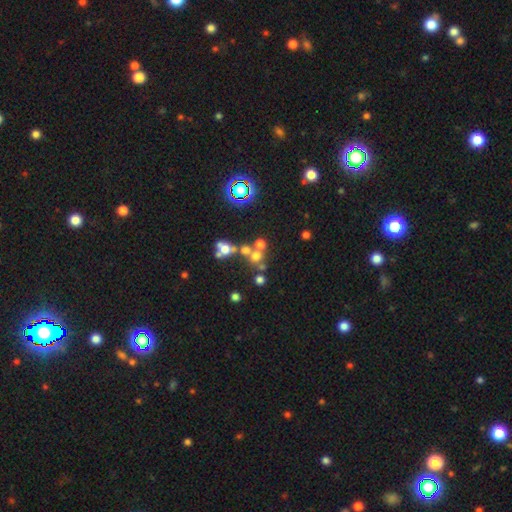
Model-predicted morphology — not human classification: Smooth or featured?
  - smooth: 52% *
  - star or artifact: 29%
  - featured or disk: 20%
How rounded?
  - round: 83% *
  - in between: 16%
  - cigar-shaped: 2%
Merging?
  - none: 46% *
  - merger: 39%
  - minor disturbance: 8%
  - major disturbance: 7%